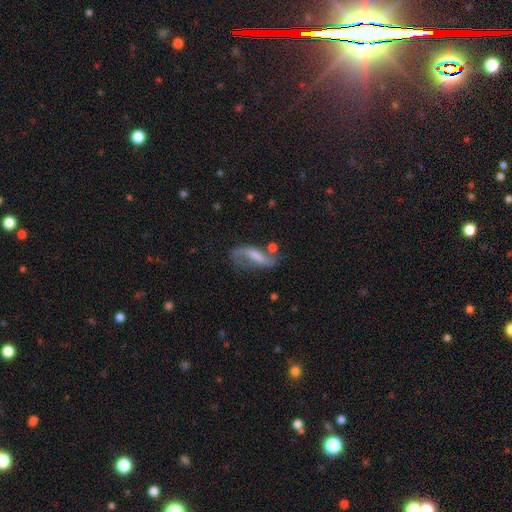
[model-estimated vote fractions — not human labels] smooth-or-featured: featured or disk: 66% | smooth: 25% | star or artifact: 9%
  disk-edge-on: no: 87% | yes: 13%
    bar: weak: 38% | strong: 36% | no: 27%
    has-spiral-arms: yes: 84% | no: 16%
    bulge-size: none: 32% | small: 30% | moderate: 28% | large: 8% | dominant: 2%
  merging: none: 47% | minor disturbance: 23% | major disturbance: 20% | merger: 10%